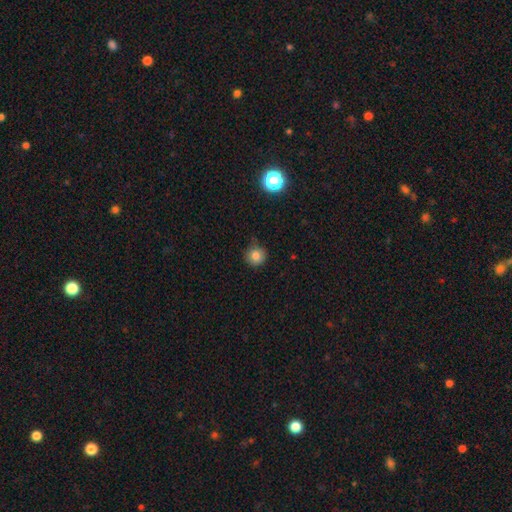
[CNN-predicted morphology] Smooth or featured?
  - smooth: 80% *
  - star or artifact: 13%
  - featured or disk: 6%
How rounded?
  - round: 93% *
  - in between: 6%
  - cigar-shaped: 1%
Merging?
  - none: 79% *
  - minor disturbance: 16%
  - major disturbance: 3%
  - merger: 2%